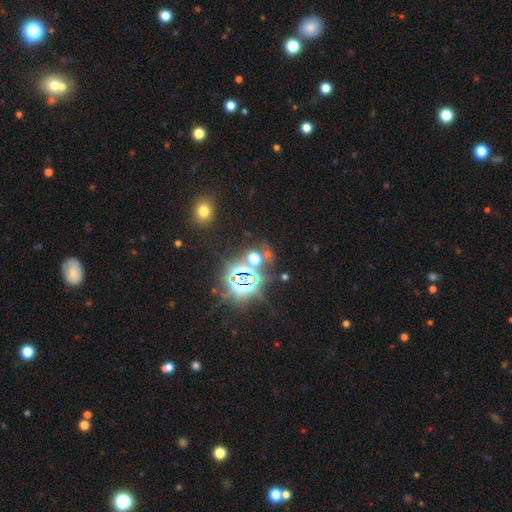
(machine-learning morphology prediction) Smooth or featured? Predicted: star or artifact (p=0.77).